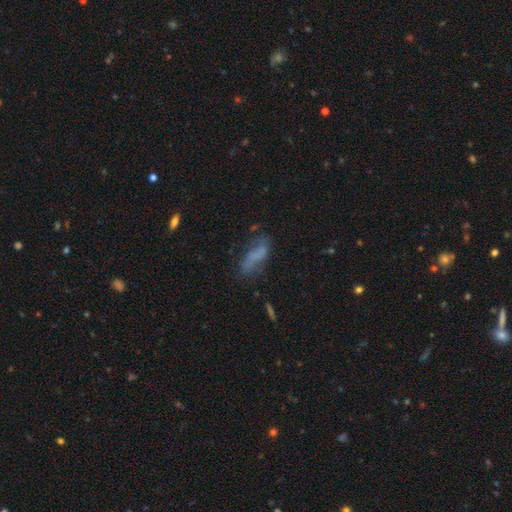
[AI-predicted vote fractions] smooth 52%, featured or disk 34%, star or artifact 13%. Down the decision tree: how rounded — in between (64%); merging — none (51%).